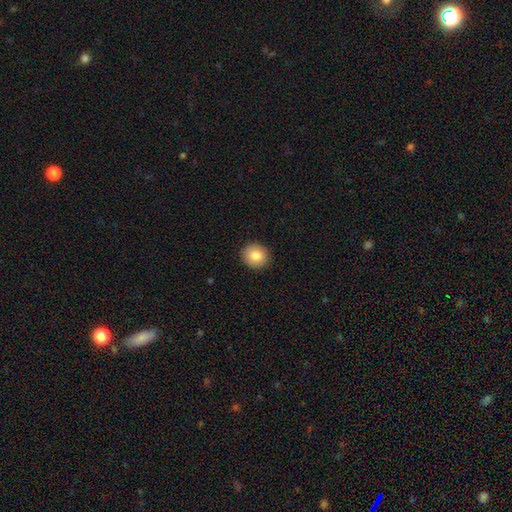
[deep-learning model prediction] Smooth or featured?
  - smooth: 83% *
  - star or artifact: 9%
  - featured or disk: 8%
How rounded?
  - round: 88% *
  - in between: 11%
  - cigar-shaped: 1%
Merging?
  - none: 92% *
  - minor disturbance: 5%
  - major disturbance: 2%
  - merger: 1%